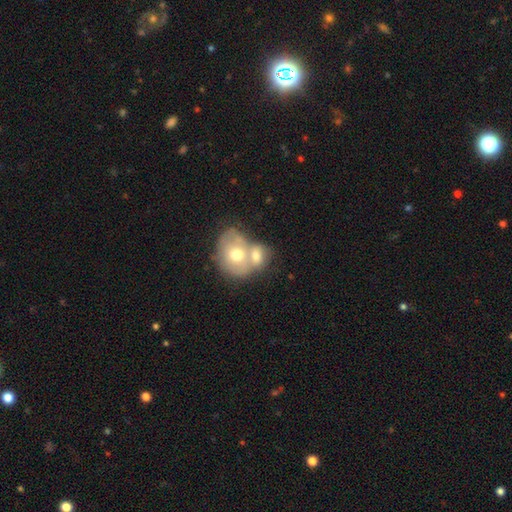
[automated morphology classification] This appears to be a smooth galaxy with no disk features (59%) that is in between round and cigar-shaped (50%). Merging: merger (67%).